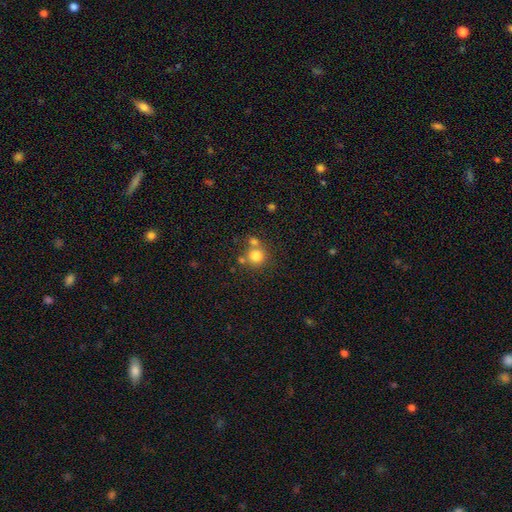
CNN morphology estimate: Smooth or featured? smooth (79%)
How rounded? round (88%)
Merging? none (58%)